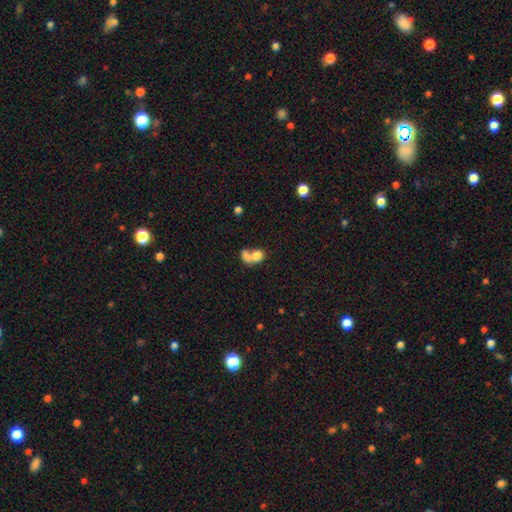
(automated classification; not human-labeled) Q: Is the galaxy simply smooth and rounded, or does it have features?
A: smooth — 74%.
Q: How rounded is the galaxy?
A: in between — 55%.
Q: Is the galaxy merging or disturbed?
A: merger — 68%.